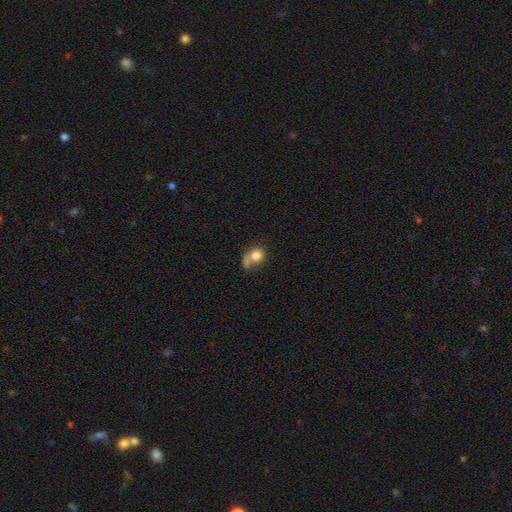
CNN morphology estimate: smooth_or_featured: smooth (p=0.79) [alt: featured or disk p=0.11]
how_rounded: round (p=0.71) [alt: in between p=0.28]
merging: merger (p=0.40) [alt: none p=0.35]